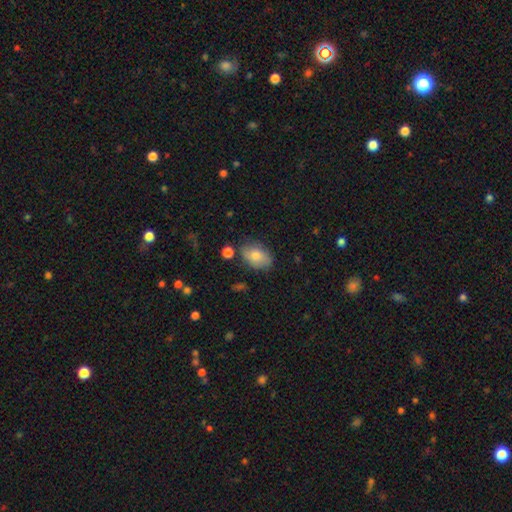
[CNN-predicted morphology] Smooth or featured? smooth (79%)
How rounded? in between (87%)
Merging? none (72%)